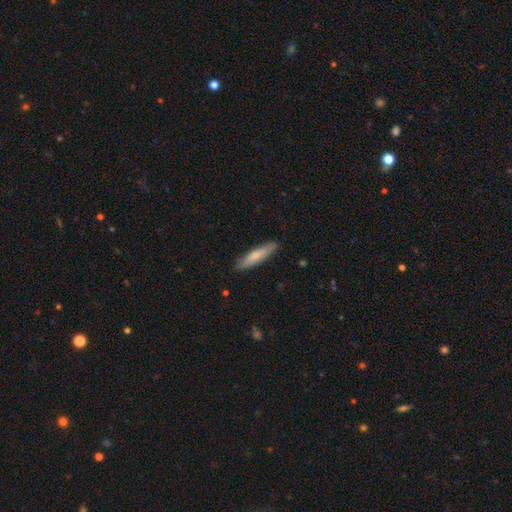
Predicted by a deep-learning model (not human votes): This is likely a smooth galaxy (73%). How rounded: clearly cigar-shaped (83%). Merging: clearly none (88%).